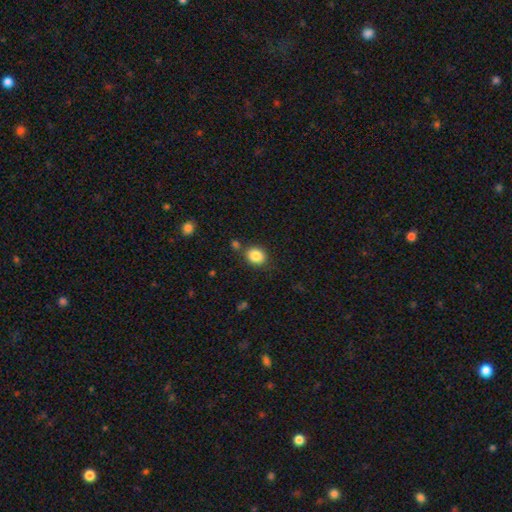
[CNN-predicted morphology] Q: Smooth or featured?
A: smooth (86%); runner-up: star or artifact (9%)
Q: How rounded?
A: round (58%); runner-up: in between (41%)
Q: Merging?
A: none (76%); runner-up: minor disturbance (12%)